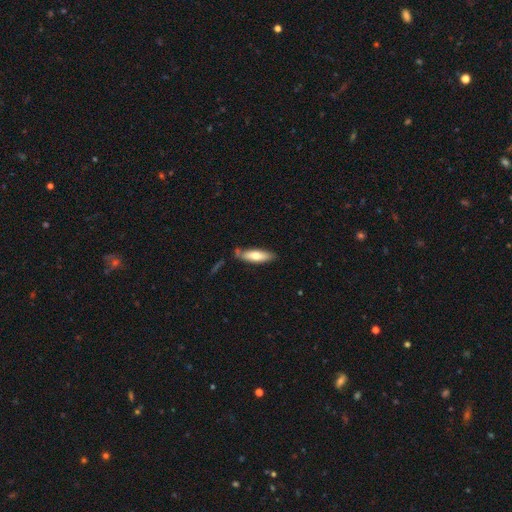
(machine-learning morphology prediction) smooth-or-featured: smooth: 68% | featured or disk: 26% | star or artifact: 6%
  how-rounded: cigar-shaped: 50% | in between: 49% | round: 2%
  merging: none: 71% | minor disturbance: 18% | merger: 7% | major disturbance: 4%